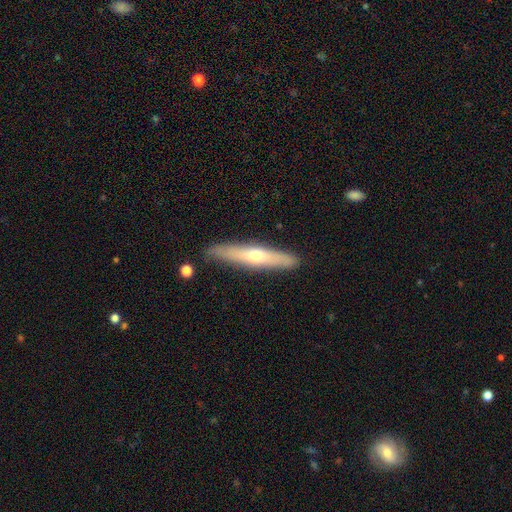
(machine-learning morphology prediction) type=featured or disk (50%); edge-on=yes (89%); merging=none (86%).